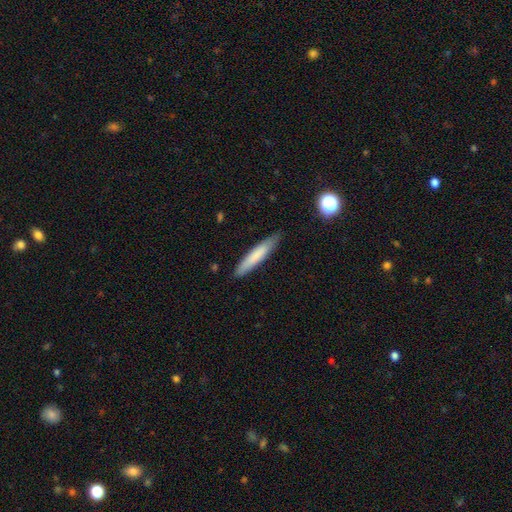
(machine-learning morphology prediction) smooth_or_featured: smooth (p=0.75) [alt: featured or disk p=0.19]
how_rounded: cigar-shaped (p=0.90) [alt: in between p=0.09]
merging: none (p=0.83) [alt: minor disturbance p=0.13]